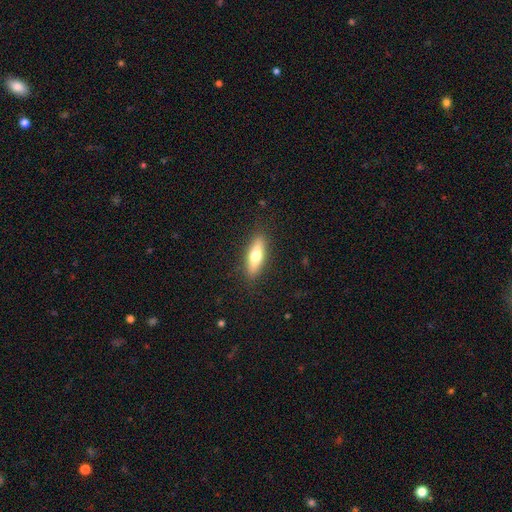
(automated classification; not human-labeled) Smooth or featured? smooth (64%)
How rounded? cigar-shaped (51%)
Merging? none (88%)